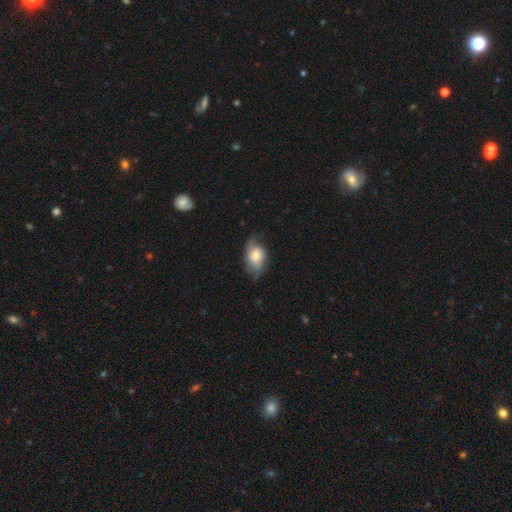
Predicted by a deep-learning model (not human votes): Morphology: type=smooth (49%); merging=none (49%).